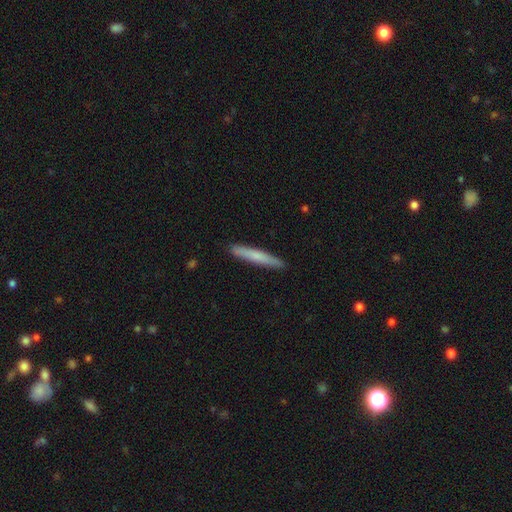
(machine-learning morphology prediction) Smooth or featured? Predicted: smooth (p=0.67). How rounded? Predicted: cigar-shaped (p=0.96). Merging? Predicted: none (p=0.91).